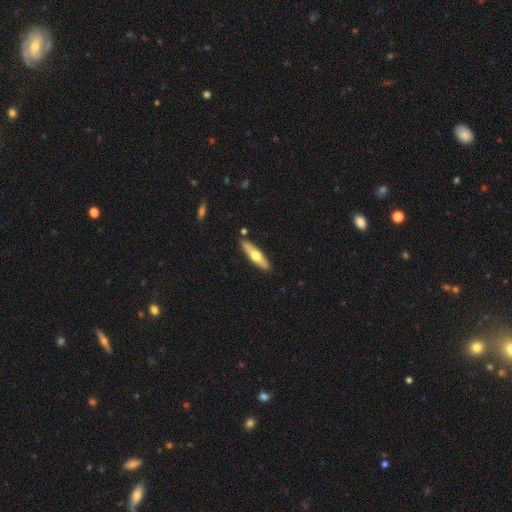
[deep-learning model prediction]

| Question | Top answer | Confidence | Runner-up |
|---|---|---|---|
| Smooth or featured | smooth | 50% | featured or disk (45%) |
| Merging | none | 86% | minor disturbance (9%) |